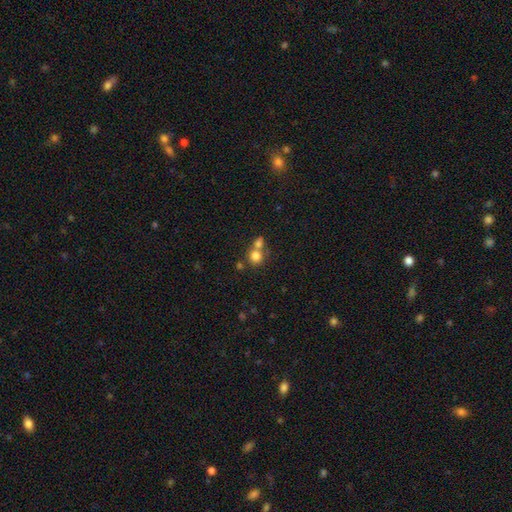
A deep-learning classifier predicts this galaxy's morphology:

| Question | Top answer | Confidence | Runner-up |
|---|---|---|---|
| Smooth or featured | smooth | 79% | star or artifact (12%) |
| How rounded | round | 86% | in between (13%) |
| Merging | none | 46% | merger (44%) |